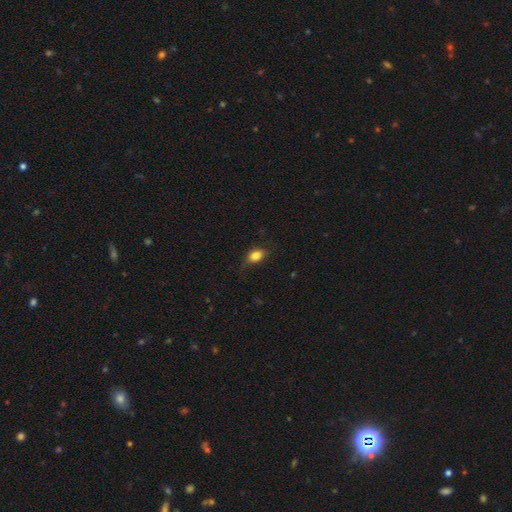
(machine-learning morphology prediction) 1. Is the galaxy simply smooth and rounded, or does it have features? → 82% smooth, 9% star or artifact, 8% featured or disk.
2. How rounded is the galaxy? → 71% in between, 26% round, 2% cigar-shaped.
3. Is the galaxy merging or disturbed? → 70% none, 23% minor disturbance, 7% major disturbance, 1% merger.